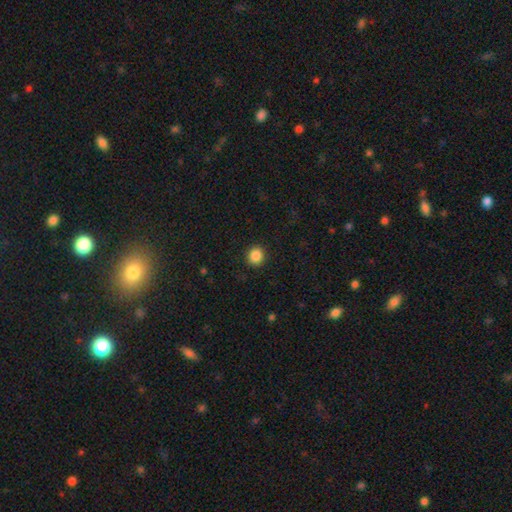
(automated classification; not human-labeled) A smooth galaxy with no disk features (87%) that is round (87%). Merging: none (91%).